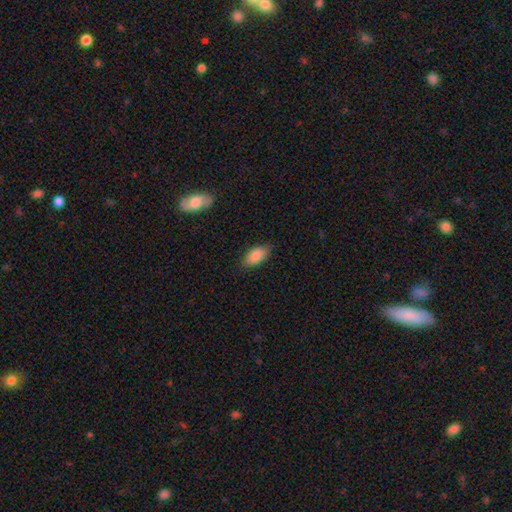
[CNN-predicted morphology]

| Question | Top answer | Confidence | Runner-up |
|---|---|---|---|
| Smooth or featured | smooth | 87% | star or artifact (7%) |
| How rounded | in between | 92% | cigar-shaped (4%) |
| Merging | none | 82% | minor disturbance (14%) |